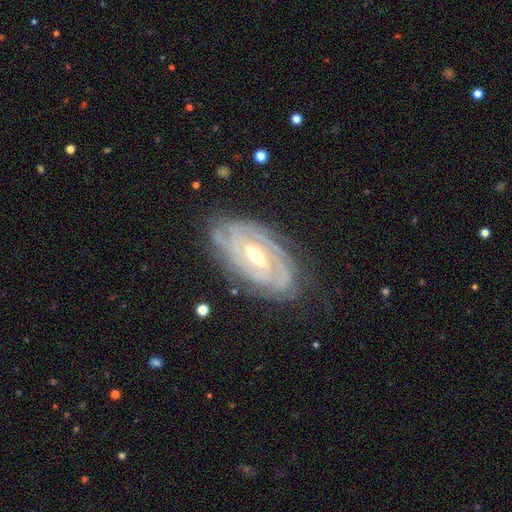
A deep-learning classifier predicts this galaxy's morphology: Smooth or featured?
  - featured or disk: 88% *
  - smooth: 6%
  - star or artifact: 5%
Edge-on disk?
  - no: 94% *
  - yes: 6%
Bar?
  - weak: 44% *
  - strong: 35%
  - no: 21%
Spiral arms?
  - yes: 96% *
  - no: 4%
Spiral winding?
  - tight: 79% *
  - medium: 18%
  - loose: 3%
Spiral arm count?
  - can't tell: 29% *
  - 2: 25%
  - 3: 22%
  - 4: 13%
  - more than 4: 6%
  - 1: 5%
Bulge size?
  - moderate: 64% *
  - small: 30%
  - large: 4%
  - none: 1%
  - dominant: 1%
Merging?
  - none: 78% *
  - minor disturbance: 16%
  - major disturbance: 5%
  - merger: 1%